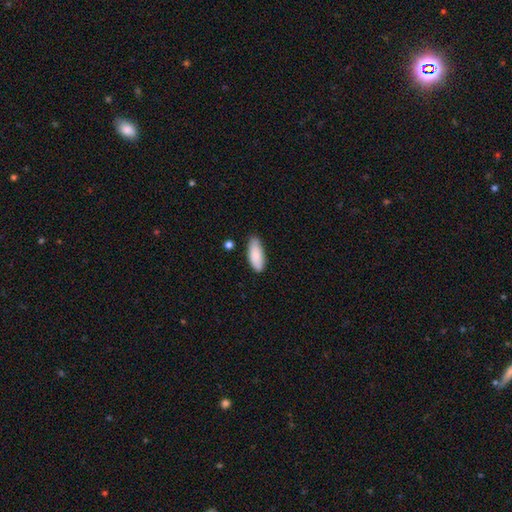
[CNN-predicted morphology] A smooth galaxy with no disk features (88%) that is in between round and cigar-shaped (77%). Merging: none (81%).